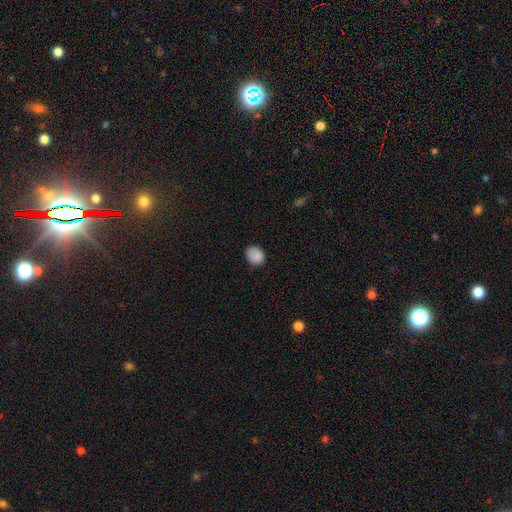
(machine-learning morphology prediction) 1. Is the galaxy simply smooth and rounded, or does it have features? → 87% smooth, 9% star or artifact, 4% featured or disk.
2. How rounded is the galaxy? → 64% round, 35% in between, 1% cigar-shaped.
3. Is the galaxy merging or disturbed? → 75% none, 20% minor disturbance, 3% major disturbance, 1% merger.